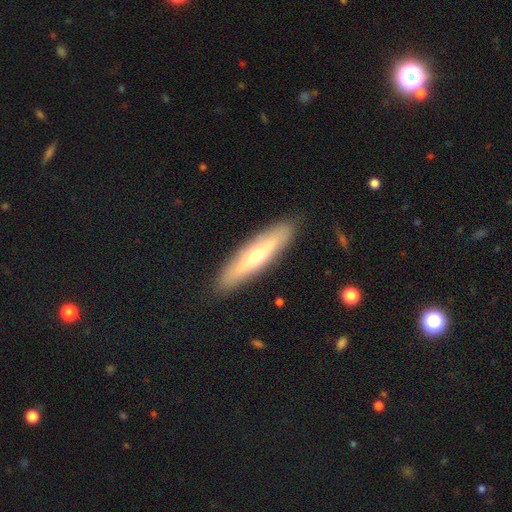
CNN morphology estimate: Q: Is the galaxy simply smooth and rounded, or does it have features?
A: featured or disk — 50%.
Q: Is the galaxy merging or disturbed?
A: none — 88%.